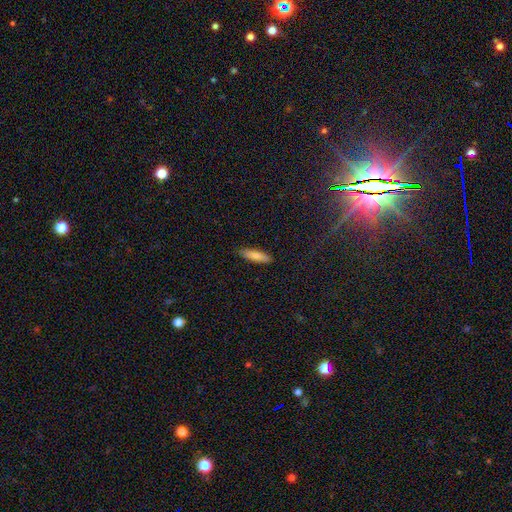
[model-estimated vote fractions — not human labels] This appears to be a smooth galaxy with no disk features (77%) that is cigar-shaped (69%). Merging: none (89%).